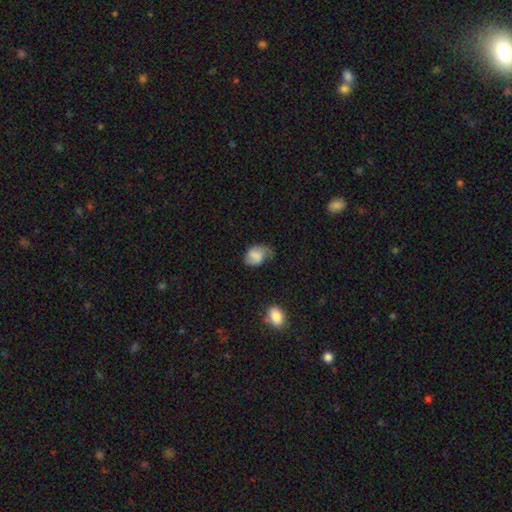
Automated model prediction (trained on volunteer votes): Smooth or featured: smooth — 73% (featured or disk — 19%)
How rounded: in between — 71% (round — 28%)
Merging: minor disturbance — 40% (none — 39%)